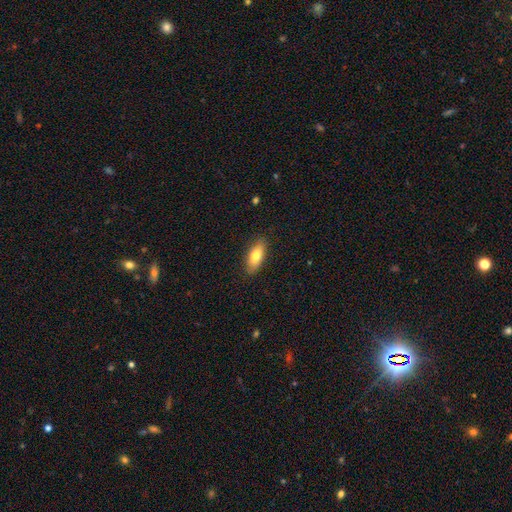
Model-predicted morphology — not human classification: smooth-or-featured: smooth: 75% | featured or disk: 19% | star or artifact: 6%
  how-rounded: in between: 77% | cigar-shaped: 20% | round: 3%
  merging: none: 86% | minor disturbance: 11% | major disturbance: 2% | merger: 1%